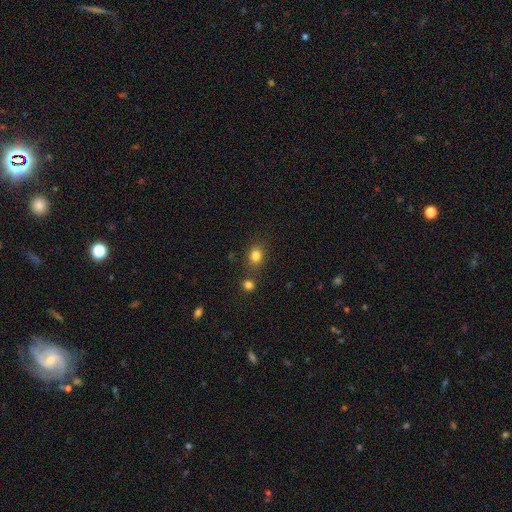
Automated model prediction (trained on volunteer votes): smooth-or-featured: smooth: 81% | star or artifact: 13% | featured or disk: 6%
  how-rounded: round: 60% | in between: 38% | cigar-shaped: 1%
  merging: none: 75% | minor disturbance: 11% | merger: 10% | major disturbance: 4%